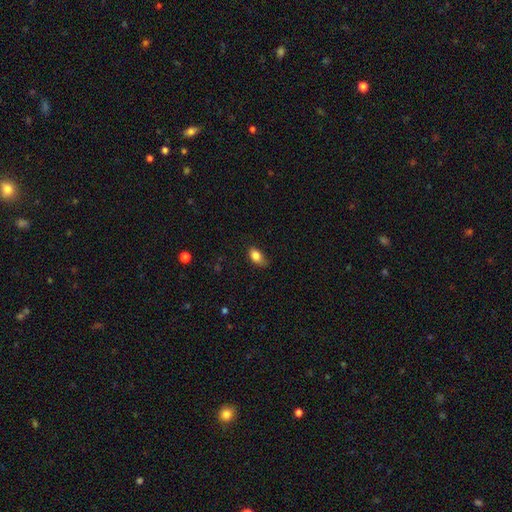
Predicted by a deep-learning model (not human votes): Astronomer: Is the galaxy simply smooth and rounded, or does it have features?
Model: smooth — 84%.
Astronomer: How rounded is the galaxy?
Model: in between — 87%.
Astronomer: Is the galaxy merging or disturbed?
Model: none — 66%.